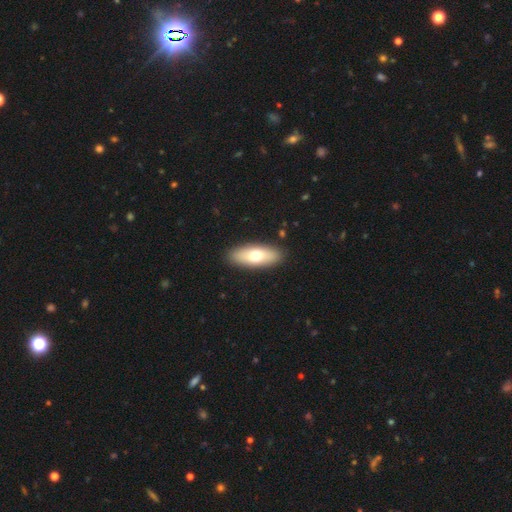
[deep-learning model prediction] A smooth galaxy with no disk features (68%) that is in between round and cigar-shaped (75%).

Vote fractions:
- Smooth or featured? smooth: 68% / featured or disk: 26% / star or artifact: 6%
- How rounded? in between: 75% / cigar-shaped: 22% / round: 3%
- Merging? none: 90% / minor disturbance: 7% / major disturbance: 2% / merger: 1%